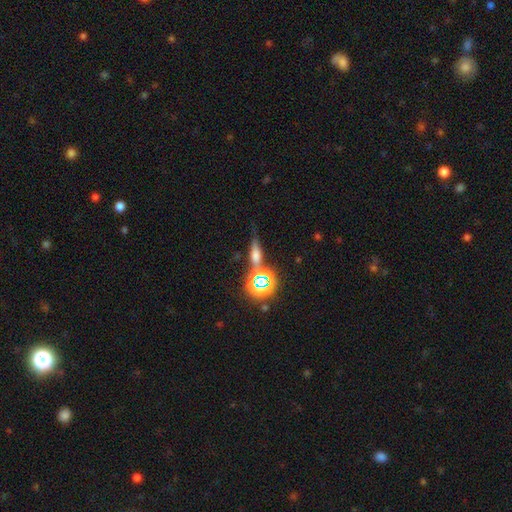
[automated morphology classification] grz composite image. It shows a smooth galaxy with no disk features (45%). Merging: none (64%).